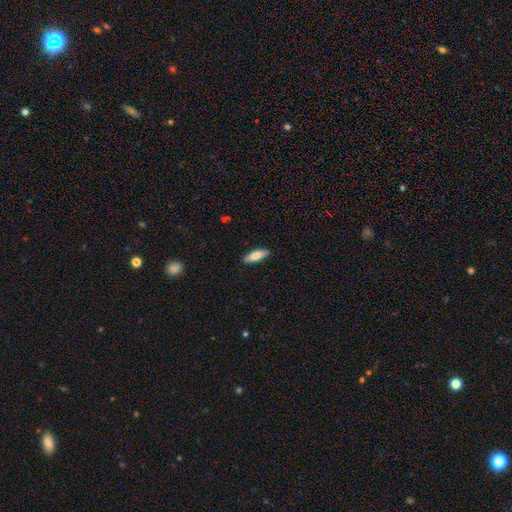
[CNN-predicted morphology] Q: Smooth or featured?
A: smooth (76%); runner-up: featured or disk (19%)
Q: How rounded?
A: in between (58%); runner-up: cigar-shaped (40%)
Q: Merging?
A: none (89%); runner-up: minor disturbance (9%)